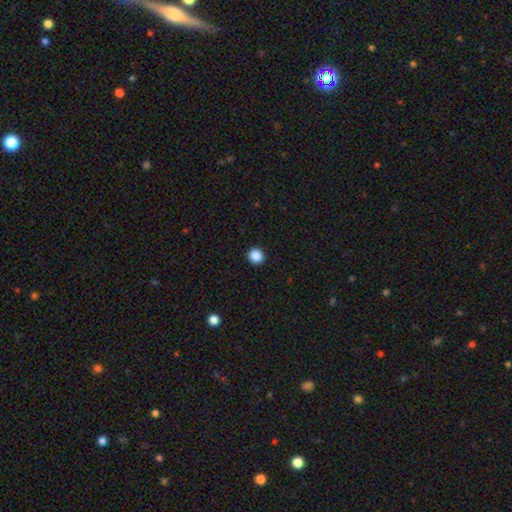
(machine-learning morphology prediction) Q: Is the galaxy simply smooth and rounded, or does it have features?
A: smooth — 87%.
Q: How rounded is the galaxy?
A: round — 92%.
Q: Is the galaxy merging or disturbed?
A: none — 93%.